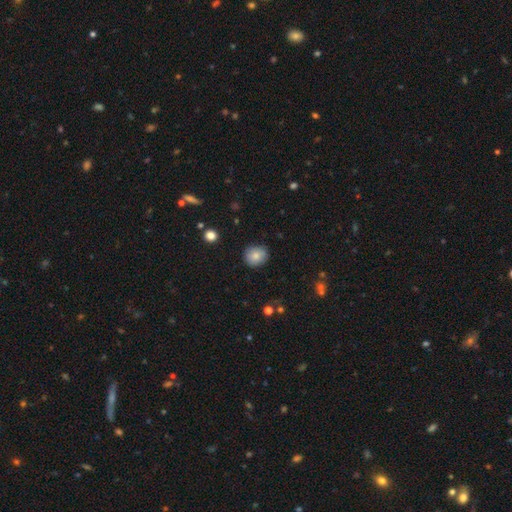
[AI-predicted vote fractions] Smooth or featured?
  - smooth: 82% *
  - featured or disk: 9%
  - star or artifact: 9%
How rounded?
  - round: 79% *
  - in between: 20%
  - cigar-shaped: 1%
Merging?
  - none: 85% *
  - minor disturbance: 11%
  - major disturbance: 2%
  - merger: 1%